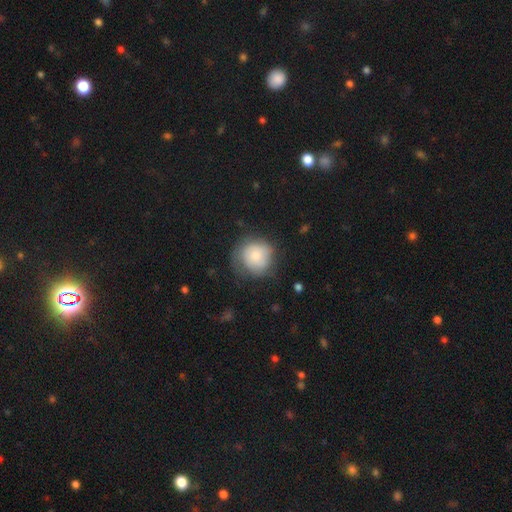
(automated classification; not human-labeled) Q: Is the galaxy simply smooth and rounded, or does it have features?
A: smooth — 71%.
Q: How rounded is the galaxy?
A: round — 88%.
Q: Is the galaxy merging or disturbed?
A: none — 54%.